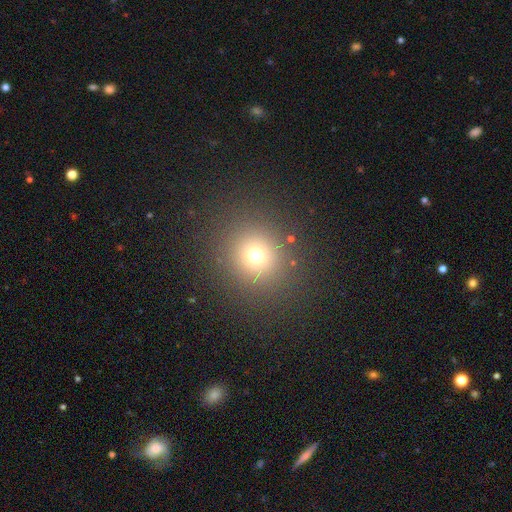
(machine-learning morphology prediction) Smooth or featured? smooth (69%)
How rounded? round (90%)
Merging? none (87%)